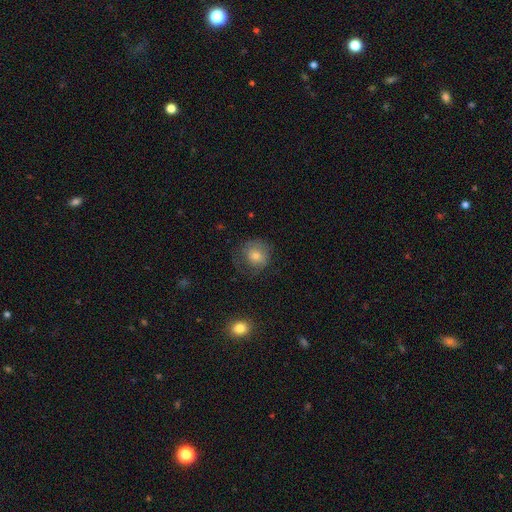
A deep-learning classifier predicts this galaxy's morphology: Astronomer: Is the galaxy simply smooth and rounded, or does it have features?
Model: smooth — 66%.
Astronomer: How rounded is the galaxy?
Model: round — 83%.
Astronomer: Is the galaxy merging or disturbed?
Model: none — 67%.